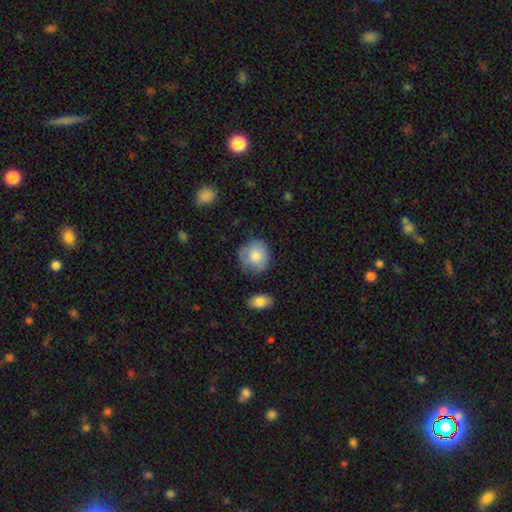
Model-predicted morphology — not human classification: Q: Smooth or featured?
A: smooth (78%); runner-up: featured or disk (15%)
Q: How rounded?
A: round (84%); runner-up: in between (15%)
Q: Merging?
A: none (72%); runner-up: minor disturbance (21%)